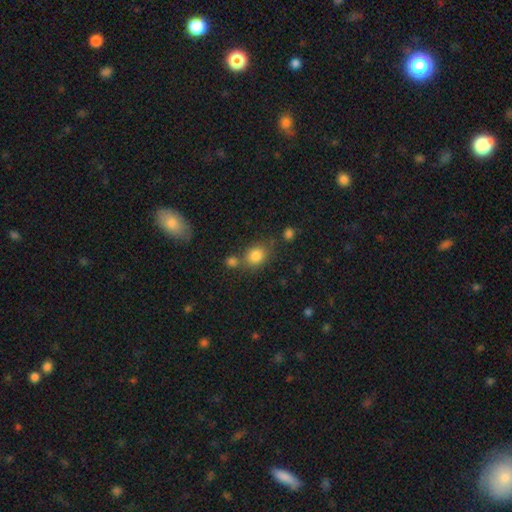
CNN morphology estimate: smooth 82%, star or artifact 11%, featured or disk 7%. Down the decision tree: how rounded — round (54%); merging — none (60%).